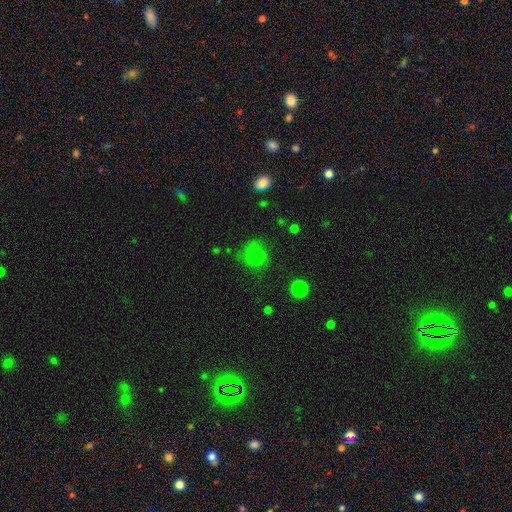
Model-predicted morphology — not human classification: smooth_or_featured: smooth (p=0.71) [alt: star or artifact p=0.15]
how_rounded: round (p=0.80) [alt: in between p=0.19]
merging: none (p=0.61) [alt: minor disturbance p=0.23]